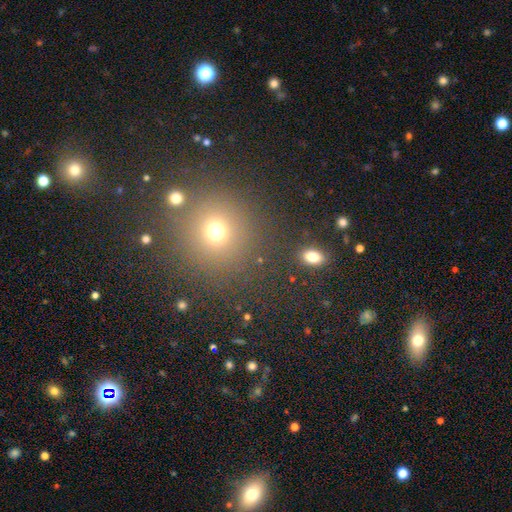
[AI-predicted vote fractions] Smooth or featured? Predicted: smooth (p=0.52). How rounded? Predicted: round (p=0.92). Merging? Predicted: none (p=0.87).